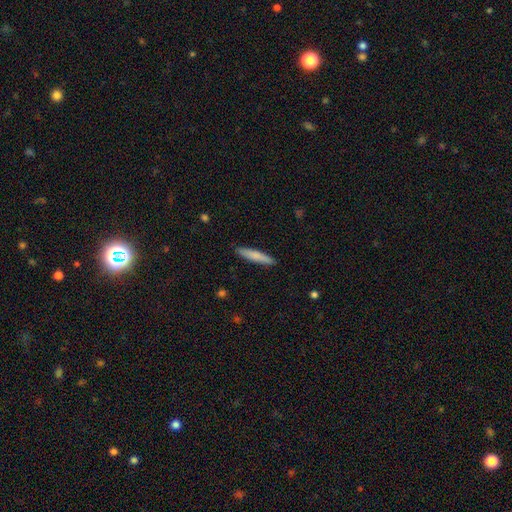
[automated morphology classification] smooth 77%, featured or disk 18%, star or artifact 6%. Down the decision tree: how rounded — cigar-shaped (91%); merging — none (90%).